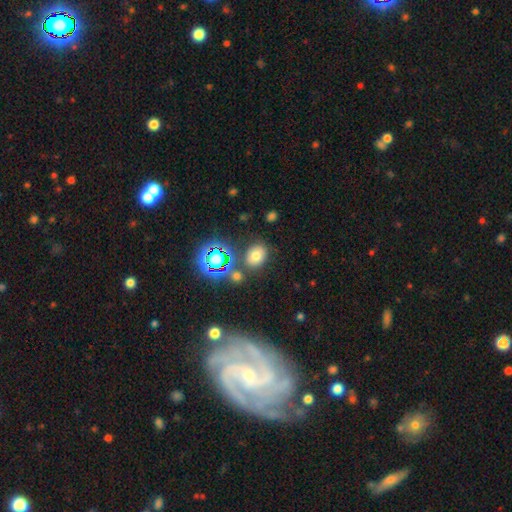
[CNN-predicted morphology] type=smooth (65%); roundness=in between (53%); merging=none (76%).